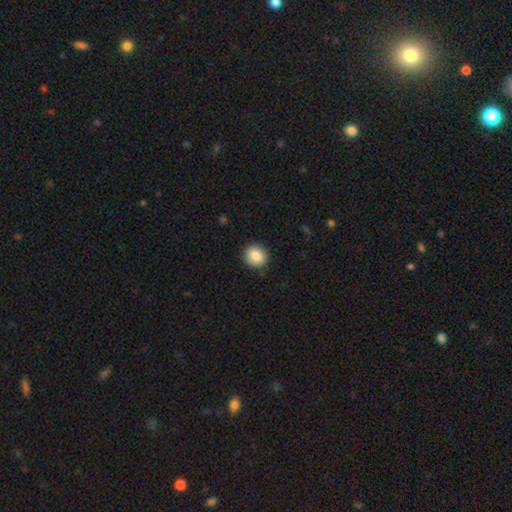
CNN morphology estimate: Smooth or featured? Predicted: smooth (p=0.87). How rounded? Predicted: round (p=0.88). Merging? Predicted: none (p=0.90).